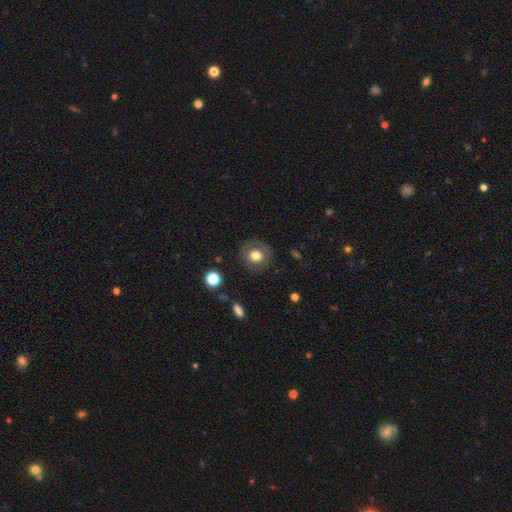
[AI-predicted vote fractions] Smooth or featured? smooth (68%)
How rounded? round (87%)
Merging? none (85%)